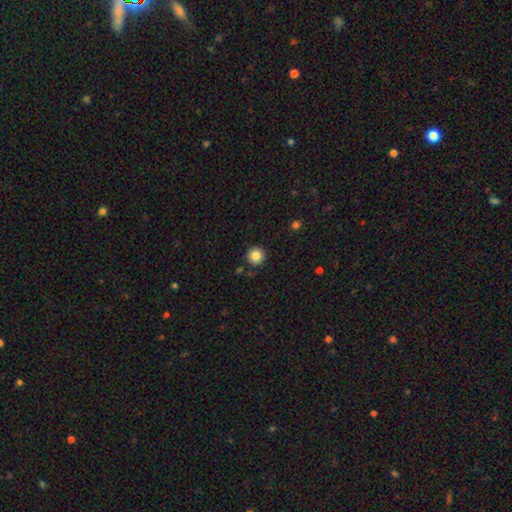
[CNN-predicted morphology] Q: Smooth or featured?
A: smooth (85%); runner-up: star or artifact (10%)
Q: How rounded?
A: round (96%); runner-up: in between (4%)
Q: Merging?
A: none (90%); runner-up: minor disturbance (6%)